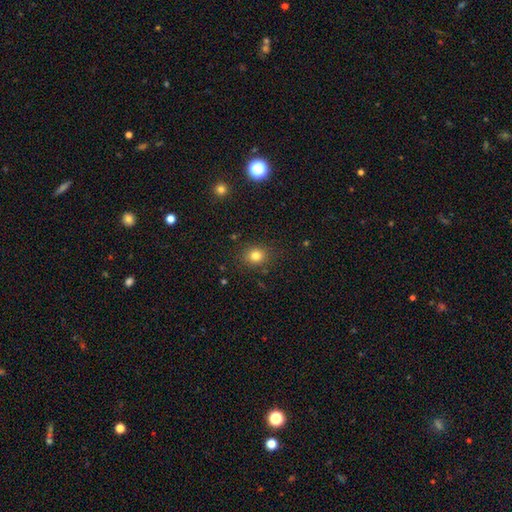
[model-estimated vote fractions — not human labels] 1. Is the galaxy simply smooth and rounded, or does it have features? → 80% smooth, 13% star or artifact, 7% featured or disk.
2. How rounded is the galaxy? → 75% round, 24% in between, 1% cigar-shaped.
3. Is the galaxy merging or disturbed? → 86% none, 9% minor disturbance, 3% major disturbance, 2% merger.